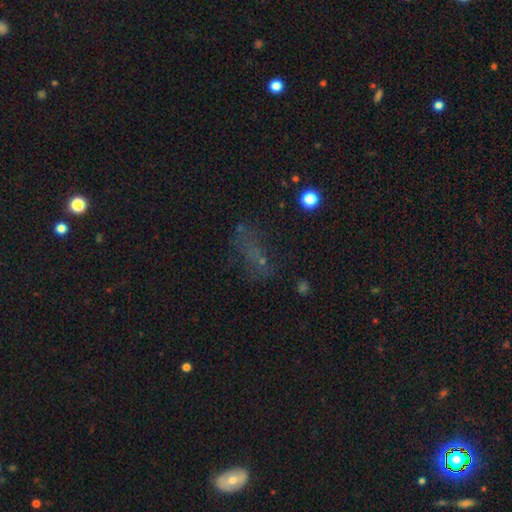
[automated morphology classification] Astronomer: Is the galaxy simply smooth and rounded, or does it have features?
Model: star or artifact — 39% (runner-up: smooth, 38%).